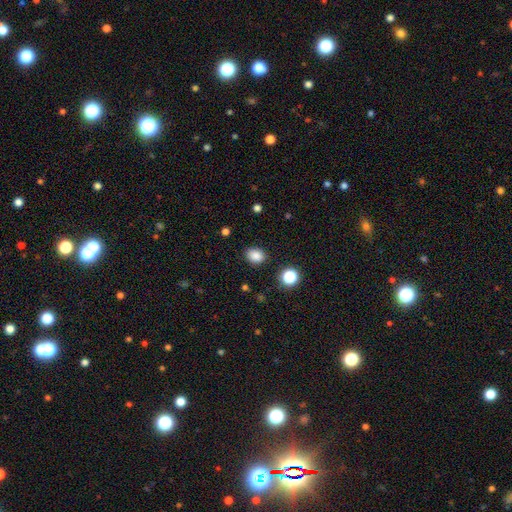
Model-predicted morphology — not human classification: Q: Smooth or featured?
A: smooth (84%); runner-up: star or artifact (12%)
Q: How rounded?
A: in between (58%); runner-up: round (41%)
Q: Merging?
A: none (85%); runner-up: minor disturbance (10%)